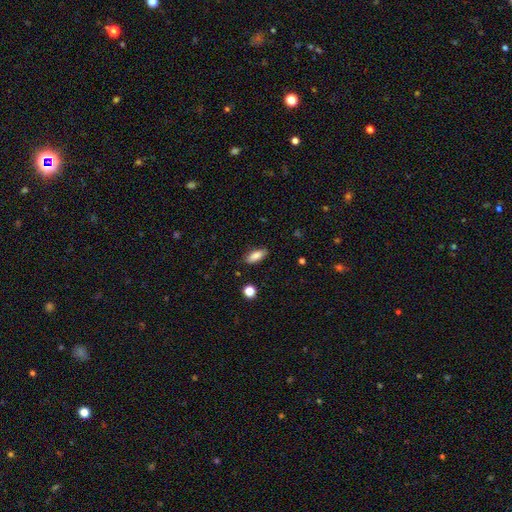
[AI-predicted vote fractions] This appears to be a smooth galaxy with no disk features (84%) that is in between round and cigar-shaped (79%). Merging: none (85%).